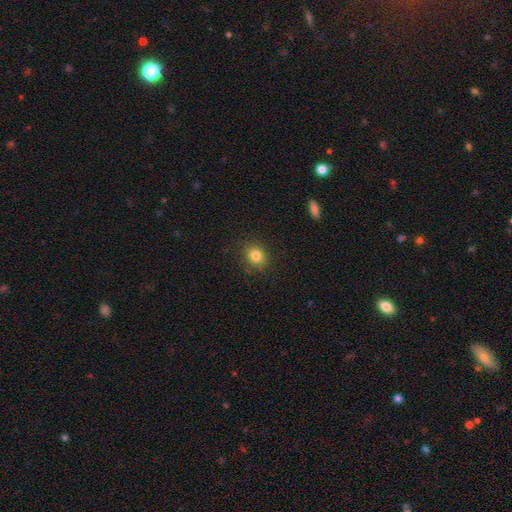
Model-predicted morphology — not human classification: This is clearly a smooth galaxy (83%). How rounded: likely round (70%). Merging: clearly none (86%).